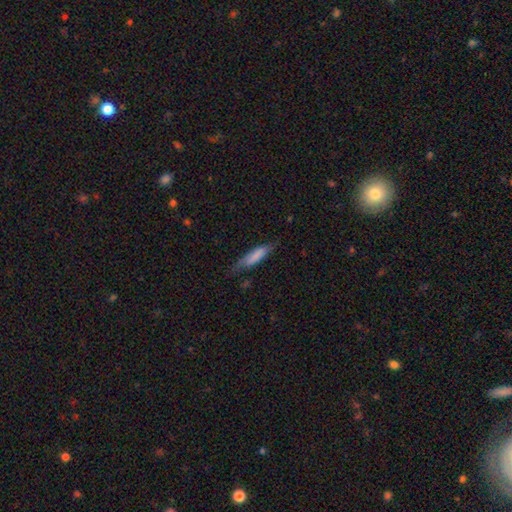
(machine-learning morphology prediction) A smooth galaxy with no disk features (74%) that is cigar-shaped (72%).

Vote fractions:
- Smooth or featured? smooth: 74% / featured or disk: 20% / star or artifact: 6%
- How rounded? cigar-shaped: 72% / in between: 26% / round: 2%
- Merging? none: 62% / minor disturbance: 28% / major disturbance: 8% / merger: 2%